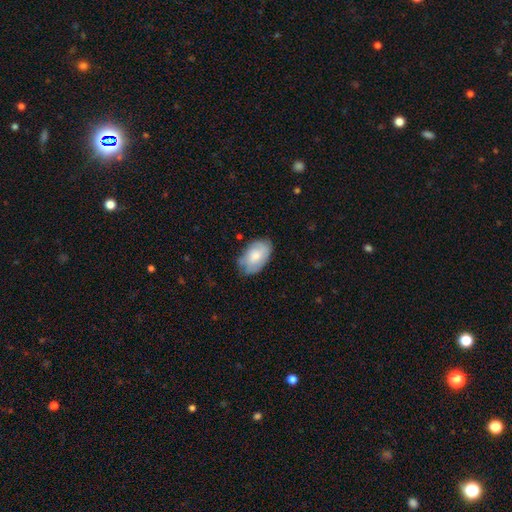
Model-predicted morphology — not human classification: The model was most divided on "smooth or featured": smooth: 61%, featured or disk: 33%, star or artifact: 6%. More confident: how rounded — in between (91%); merging — none (68%).